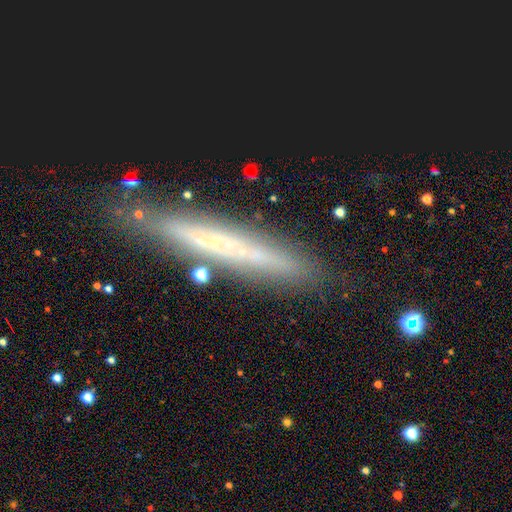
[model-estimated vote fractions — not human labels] Morphology: type=featured or disk (58%); edge-on=yes (82%); merging=none (81%).